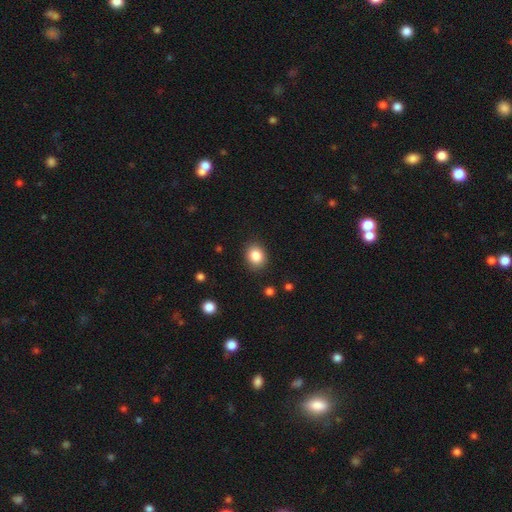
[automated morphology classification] A smooth galaxy with no disk features (85%) that is round (54%). Merging: none (87%).